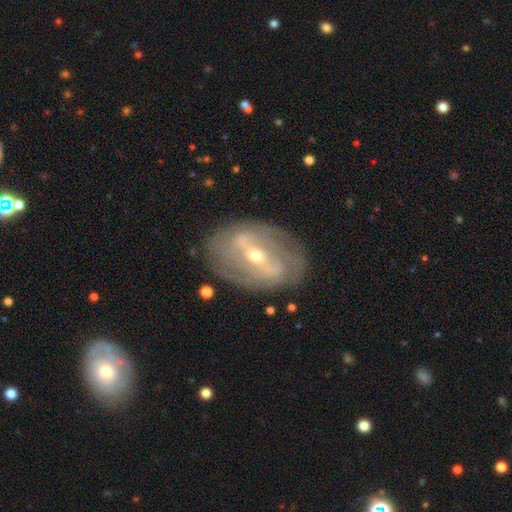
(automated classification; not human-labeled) The model was most divided on "bulge size": small: 56%, moderate: 42%, large: 1%, none: 1%, dominant: 1%. More confident: edge-on disk — no (93%); smooth or featured — featured or disk (86%); spiral arms — yes (84%); merging — none (79%); bar — strong (63%); spiral arm count — 2 (53%); spiral winding — tight (51%).